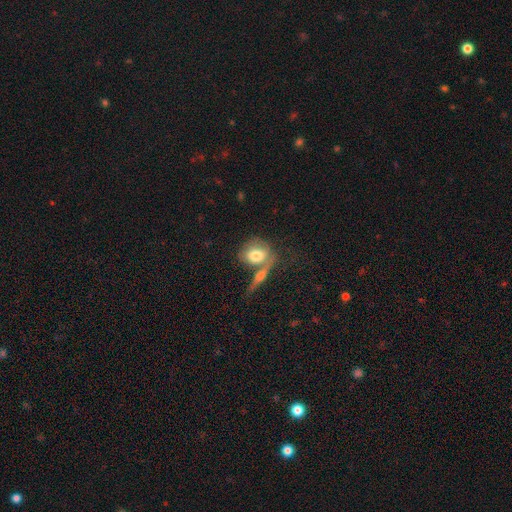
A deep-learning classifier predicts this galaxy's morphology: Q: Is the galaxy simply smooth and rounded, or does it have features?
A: smooth — 67%.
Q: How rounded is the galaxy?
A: in between — 50%.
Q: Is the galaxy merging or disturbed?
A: merger — 42%.